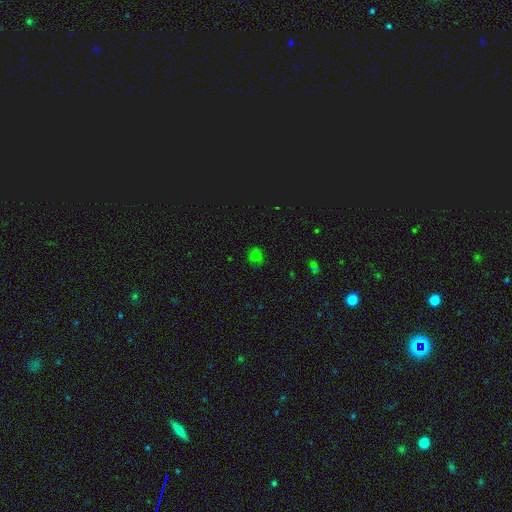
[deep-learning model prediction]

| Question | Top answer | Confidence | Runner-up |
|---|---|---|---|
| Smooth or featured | smooth | 60% | star or artifact (33%) |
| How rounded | round | 67% | in between (31%) |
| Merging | none | 72% | minor disturbance (19%) |